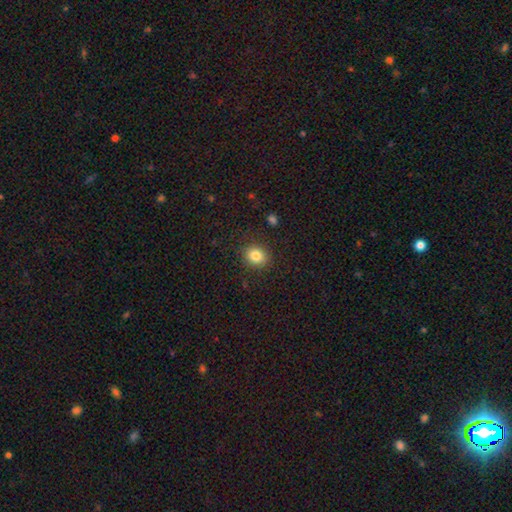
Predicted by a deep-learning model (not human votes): A smooth galaxy with no disk features (83%) that is round (70%). Merging: none (88%).